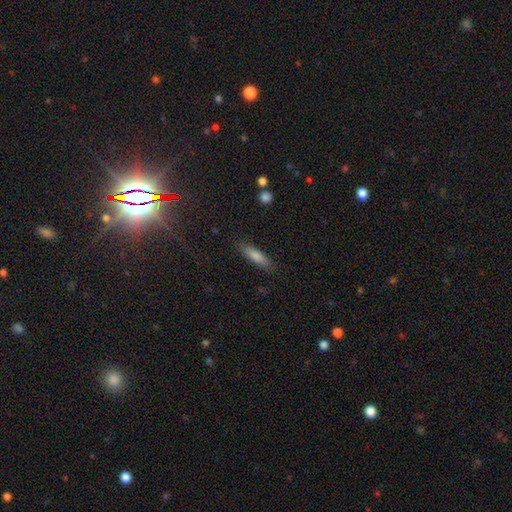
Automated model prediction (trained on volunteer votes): Smooth or featured? Predicted: smooth (p=0.63). How rounded? Predicted: cigar-shaped (p=0.71). Merging? Predicted: none (p=0.86).